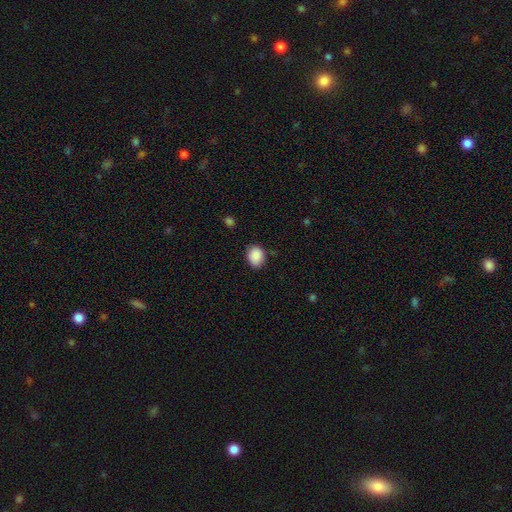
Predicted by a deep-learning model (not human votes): Smooth or featured: smooth — 89% (star or artifact — 8%)
How rounded: in between — 54% (round — 45%)
Merging: none — 82% (minor disturbance — 14%)